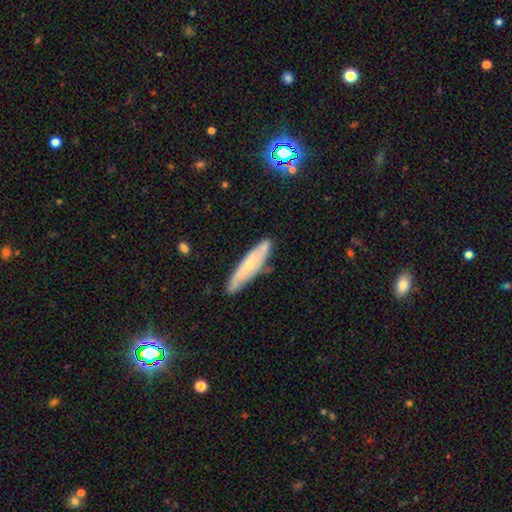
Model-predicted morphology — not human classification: This appears to be a featured or disk galaxy (49%). Merging: none (77%).